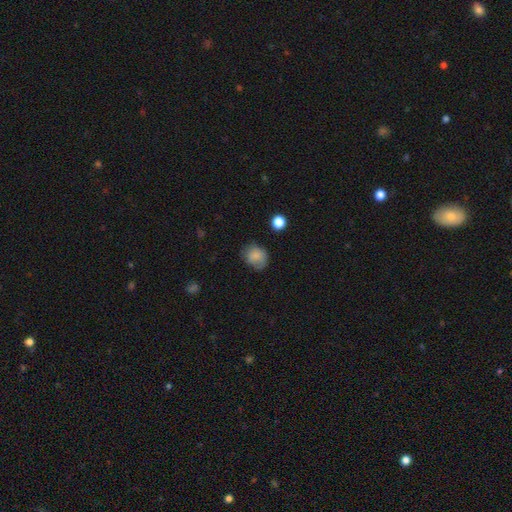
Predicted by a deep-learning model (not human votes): Overall: smooth (82%). How rounded: round (58%; in between 41%). Merging: none (67%).